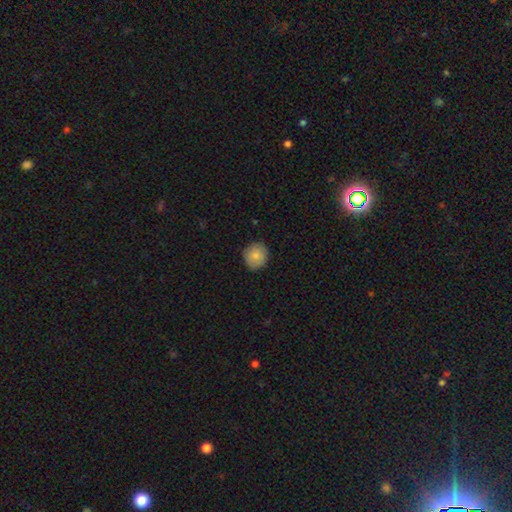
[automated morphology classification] smooth_or_featured: smooth (p=0.85) [alt: star or artifact p=0.08]
how_rounded: round (p=0.83) [alt: in between p=0.16]
merging: none (p=0.87) [alt: minor disturbance p=0.10]